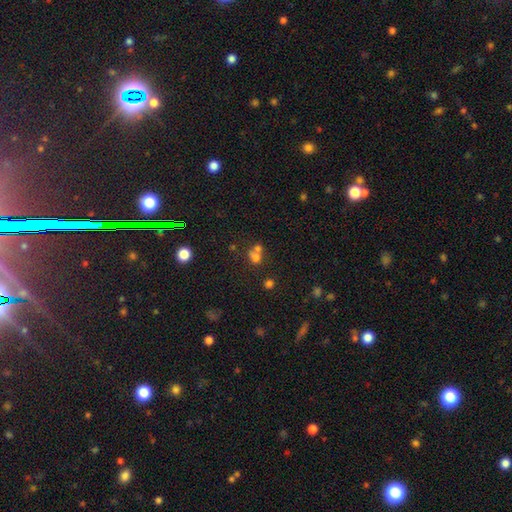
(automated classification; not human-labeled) smooth 66%, star or artifact 20%, featured or disk 15%. Down the decision tree: how rounded — round (67%); merging — merger (55%).